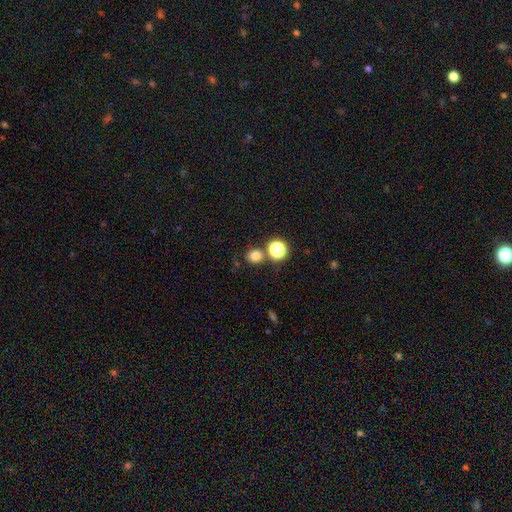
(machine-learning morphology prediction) Q: Smooth or featured?
A: smooth (77%); runner-up: star or artifact (18%)
Q: How rounded?
A: round (81%); runner-up: in between (18%)
Q: Merging?
A: none (76%); runner-up: merger (13%)